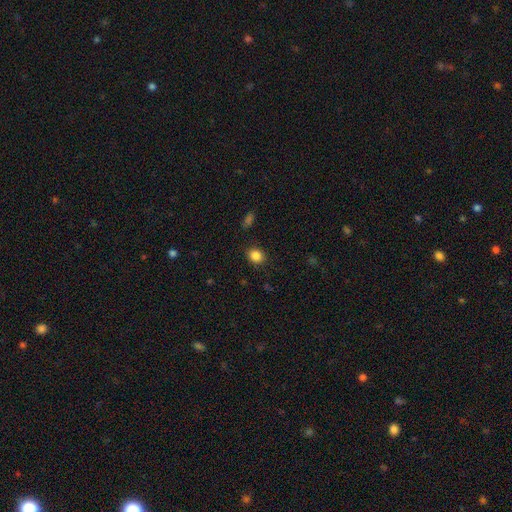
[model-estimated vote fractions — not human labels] Morphology: type=smooth (85%); roundness=round (68%); merging=none (88%).